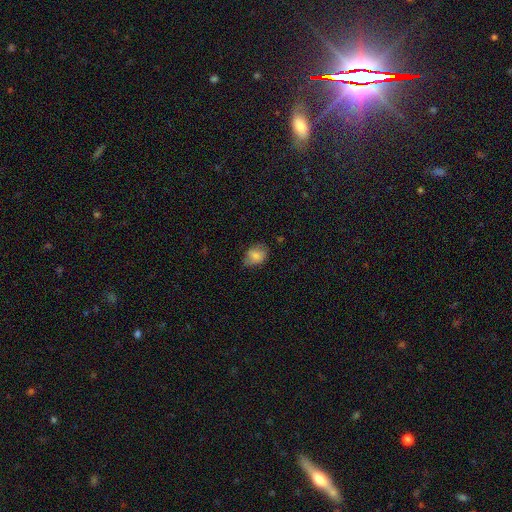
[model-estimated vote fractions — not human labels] Smooth or featured? smooth (76%)
How rounded? in between (67%)
Merging? none (65%)